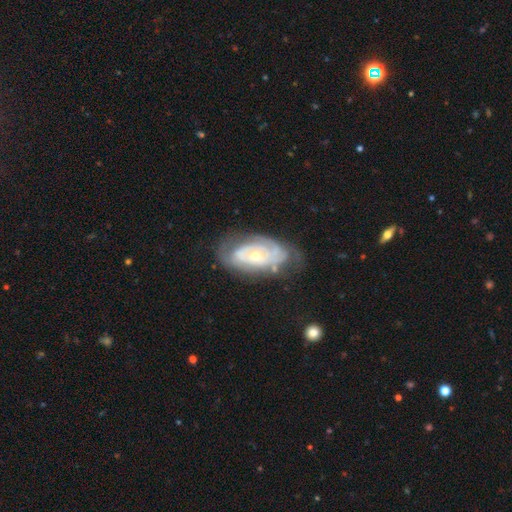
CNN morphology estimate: Q: Smooth or featured?
A: featured or disk (78%); runner-up: smooth (17%)
Q: Edge-on disk?
A: no (94%); runner-up: yes (6%)
Q: Bar?
A: no (80%); runner-up: weak (15%)
Q: Spiral arms?
A: yes (77%); runner-up: no (23%)
Q: Spiral winding?
A: tight (72%); runner-up: medium (21%)
Q: Spiral arm count?
A: can't tell (52%); runner-up: 2 (25%)
Q: Bulge size?
A: small (52%); runner-up: moderate (45%)
Q: Merging?
A: none (59%); runner-up: minor disturbance (25%)